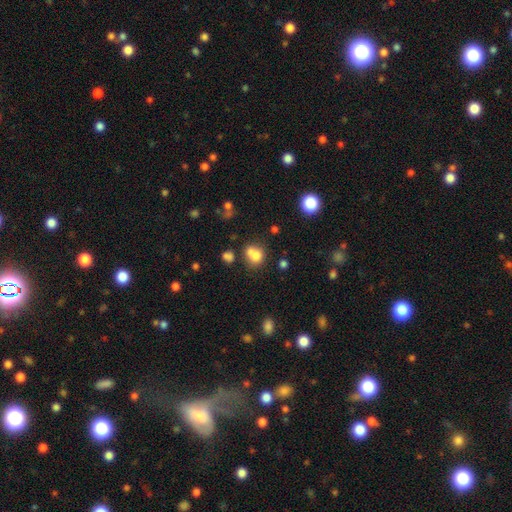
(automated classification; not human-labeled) Smooth or featured: smooth — 74% (featured or disk — 14%)
How rounded: round — 70% (in between — 29%)
Merging: merger — 47% (none — 37%)